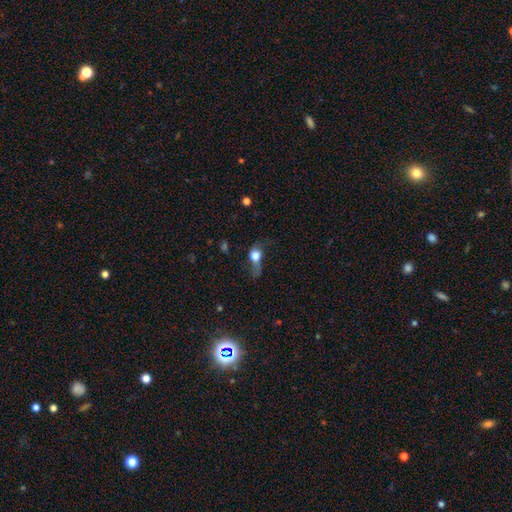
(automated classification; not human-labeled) Overall: smooth (64%; featured or disk 25%). How rounded: round (57%; in between 39%). Merging: major disturbance (49%; none 25%).